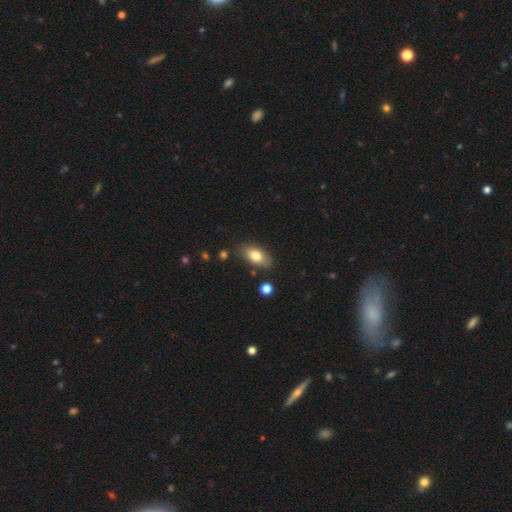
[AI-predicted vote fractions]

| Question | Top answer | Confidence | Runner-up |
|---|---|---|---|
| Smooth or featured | smooth | 78% | featured or disk (15%) |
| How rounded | in between | 88% | cigar-shaped (7%) |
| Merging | none | 81% | minor disturbance (13%) |